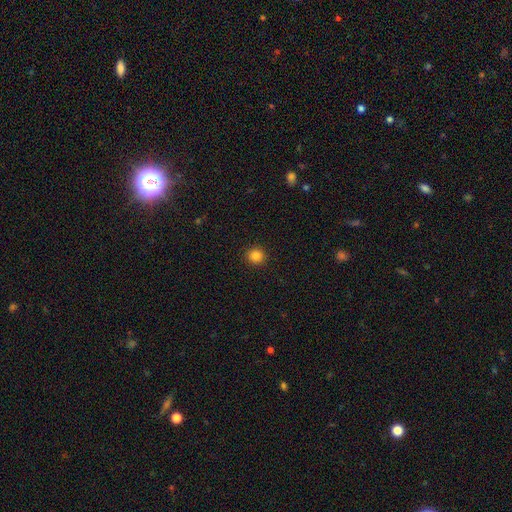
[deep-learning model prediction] Smooth or featured?
  - smooth: 85% *
  - star or artifact: 12%
  - featured or disk: 4%
How rounded?
  - round: 92% *
  - in between: 7%
  - cigar-shaped: 1%
Merging?
  - none: 92% *
  - minor disturbance: 5%
  - major disturbance: 2%
  - merger: 1%